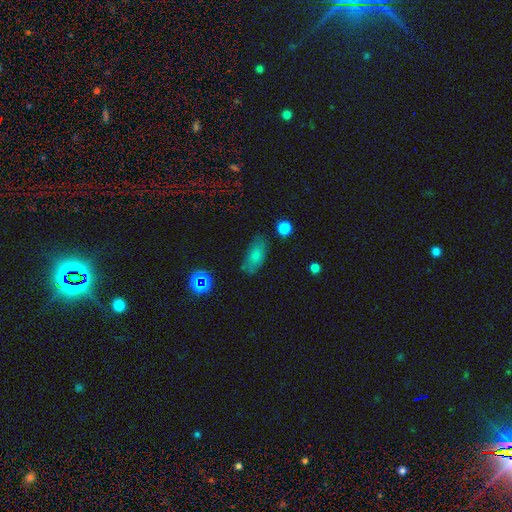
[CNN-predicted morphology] Smooth or featured? smooth (73%)
How rounded? in between (86%)
Merging? none (72%)